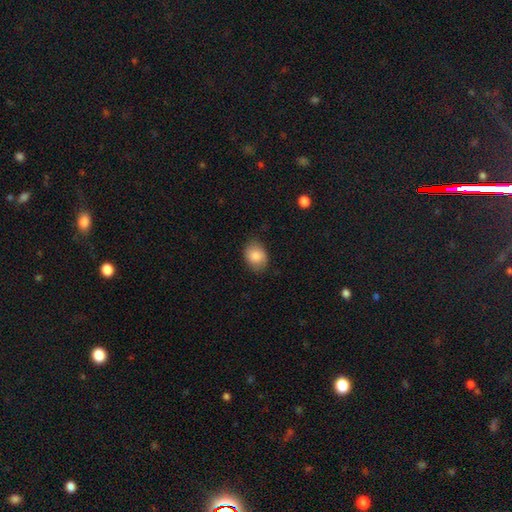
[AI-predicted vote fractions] smooth 84%, featured or disk 8%, star or artifact 8%. Down the decision tree: how rounded — in between (61%); merging — none (80%).